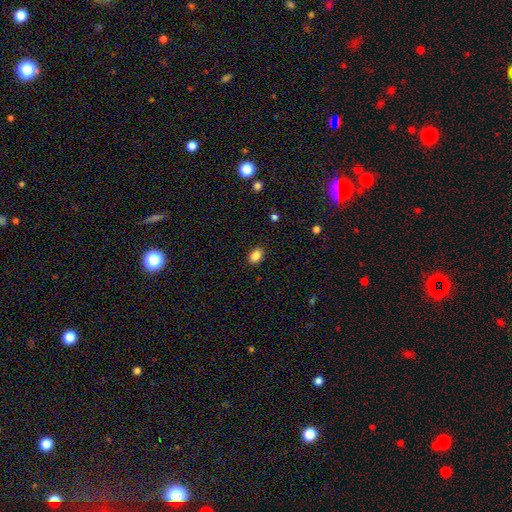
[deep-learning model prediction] Smooth or featured: smooth — 86% (star or artifact — 10%)
How rounded: in between — 75% (round — 24%)
Merging: none — 87% (minor disturbance — 9%)